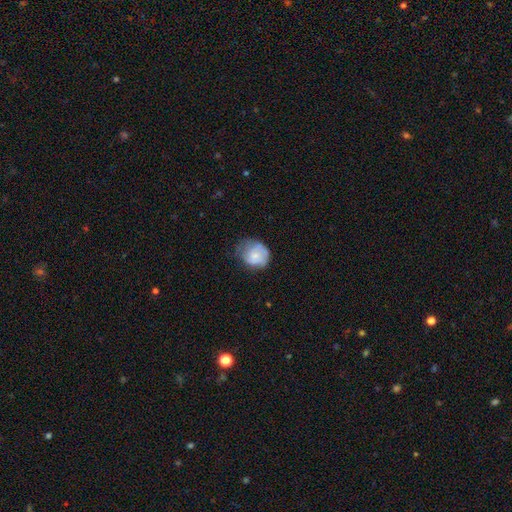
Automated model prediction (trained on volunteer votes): smooth_or_featured: smooth (p=0.55) [alt: featured or disk p=0.38]
how_rounded: round (p=0.67) [alt: in between p=0.32]
merging: none (p=0.51) [alt: minor disturbance p=0.34]